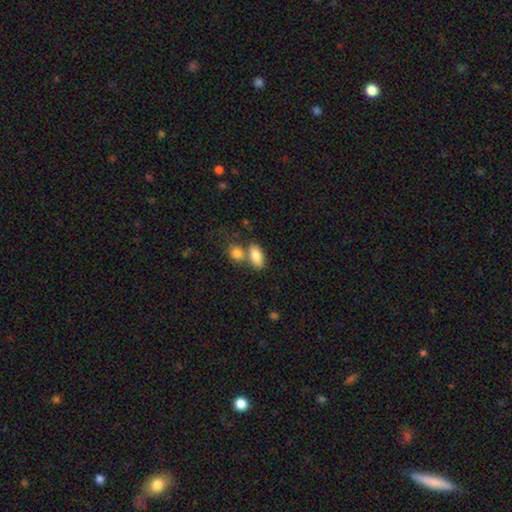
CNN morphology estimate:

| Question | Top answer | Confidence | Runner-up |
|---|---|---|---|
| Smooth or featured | smooth | 83% | featured or disk (10%) |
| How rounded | in between | 89% | round (6%) |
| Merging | none | 48% | merger (37%) |